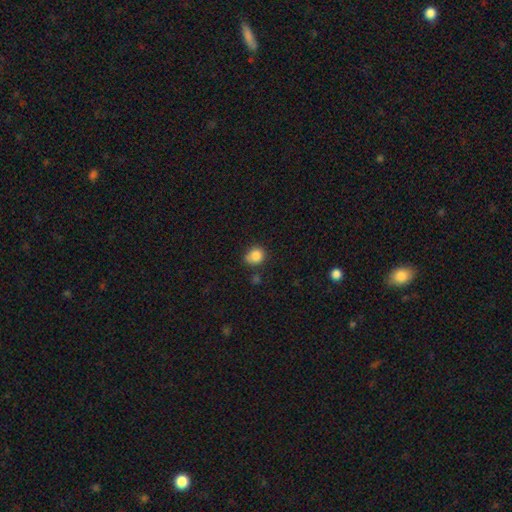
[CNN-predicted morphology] A smooth galaxy with no disk features (84%) that is round (78%). Merging: none (63%).